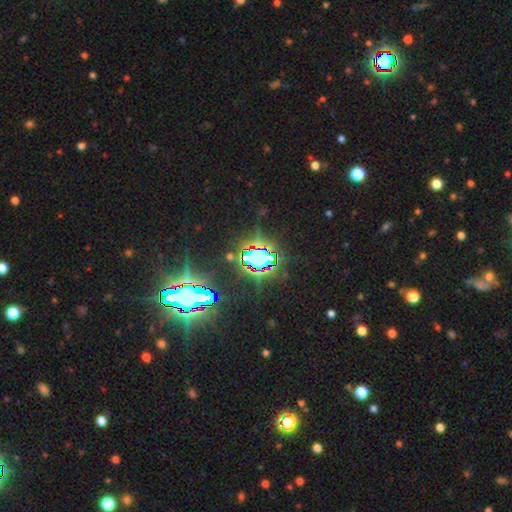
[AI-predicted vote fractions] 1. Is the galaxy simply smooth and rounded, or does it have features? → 77% star or artifact, 13% smooth, 10% featured or disk.